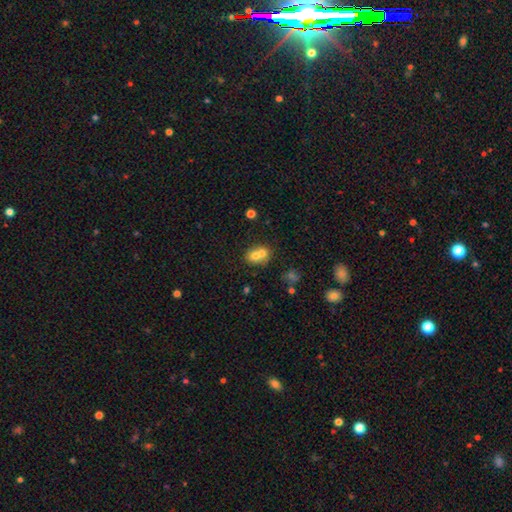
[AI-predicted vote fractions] Overall: smooth (68%). How rounded: round (61%; in between 38%). Merging: merger (66%; none 26%).